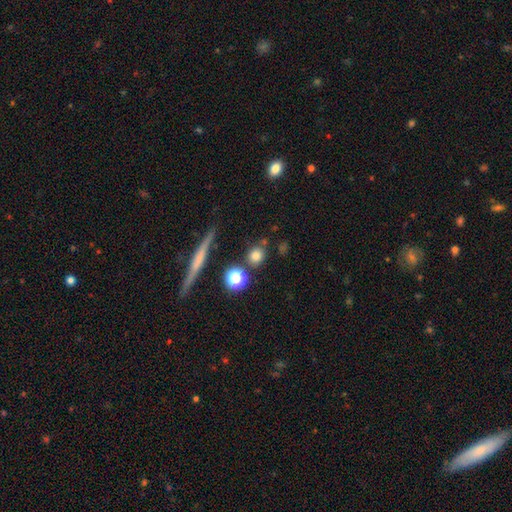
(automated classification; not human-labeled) smooth-or-featured: smooth: 78% | star or artifact: 13% | featured or disk: 9%
  how-rounded: round: 81% | in between: 14% | cigar-shaped: 4%
  merging: none: 76% | minor disturbance: 10% | merger: 10% | major disturbance: 4%